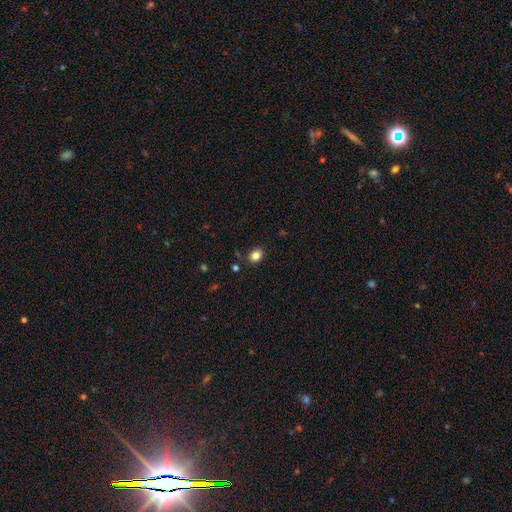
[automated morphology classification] The model was most divided on "how rounded": in between: 53%, round: 46%, cigar-shaped: 1%. More confident: merging — none (85%); smooth or featured — smooth (83%).